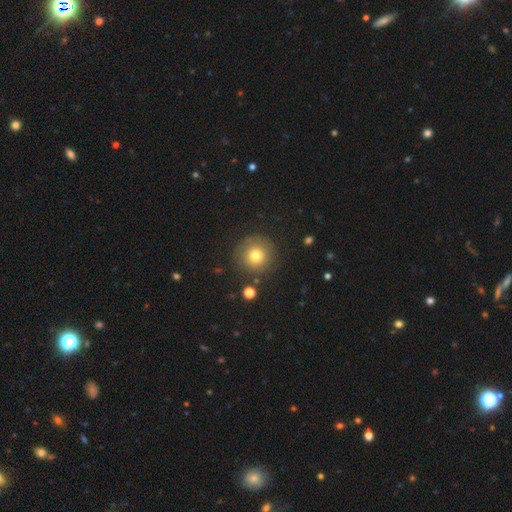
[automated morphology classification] smooth_or_featured: smooth (p=0.73) [alt: featured or disk p=0.15]
how_rounded: round (p=0.95) [alt: in between p=0.04]
merging: none (p=0.85) [alt: minor disturbance p=0.09]